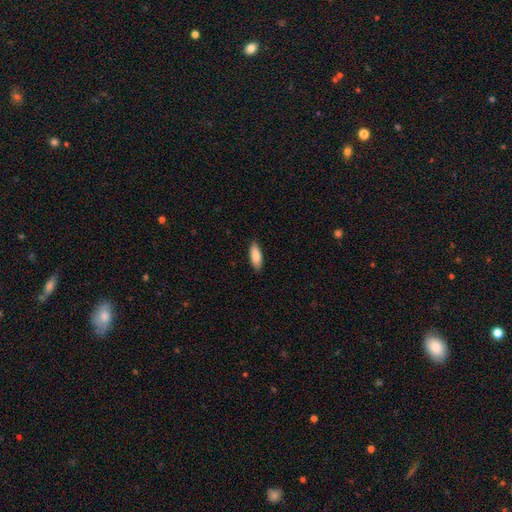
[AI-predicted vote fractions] Smooth or featured: smooth — 85% (featured or disk — 9%)
How rounded: in between — 71% (cigar-shaped — 27%)
Merging: none — 88% (minor disturbance — 9%)